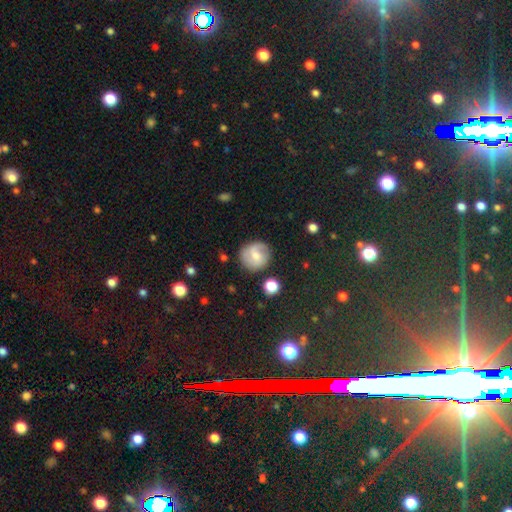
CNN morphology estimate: The model was most divided on "smooth or featured": smooth: 51%, featured or disk: 41%, star or artifact: 8%. More confident: how rounded — round (89%); merging — none (75%).